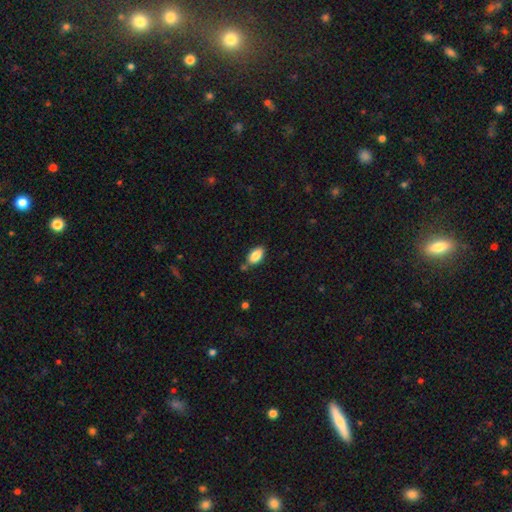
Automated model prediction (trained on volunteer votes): Smooth or featured? Predicted: smooth (p=0.85). How rounded? Predicted: in between (p=0.92). Merging? Predicted: none (p=0.75).